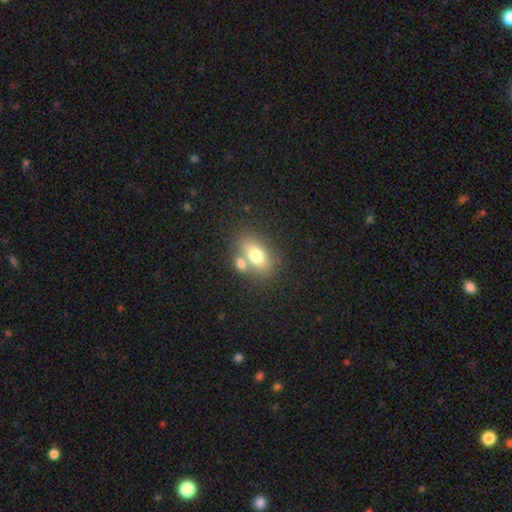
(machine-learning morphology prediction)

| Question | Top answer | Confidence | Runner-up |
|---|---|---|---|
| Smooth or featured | smooth | 72% | featured or disk (19%) |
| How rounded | in between | 82% | round (13%) |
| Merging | none | 49% | merger (36%) |